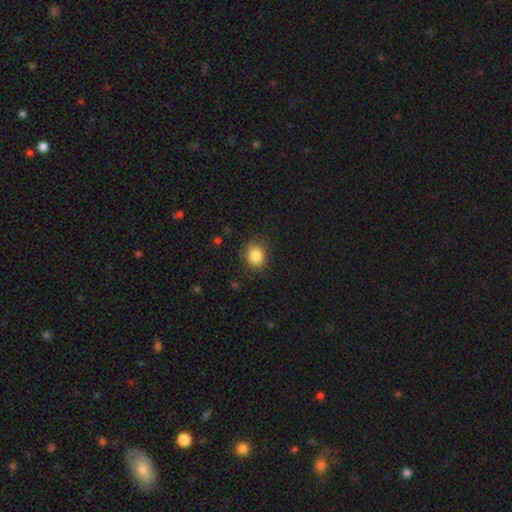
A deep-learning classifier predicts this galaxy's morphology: A smooth galaxy with no disk features (85%) that is round (66%). Merging: none (82%).